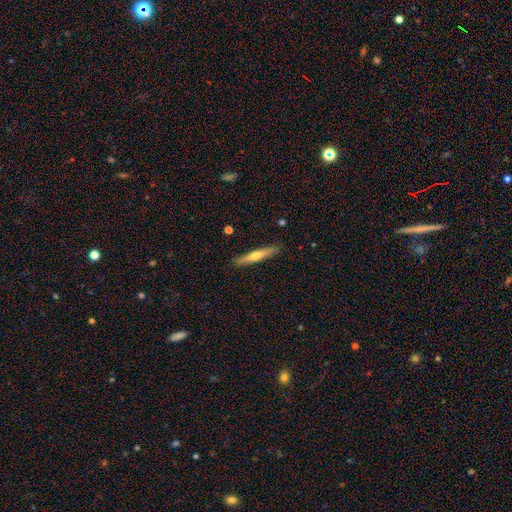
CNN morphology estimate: Smooth or featured? featured or disk (50%)
Edge-on disk? yes (96%)
Merging? none (89%)